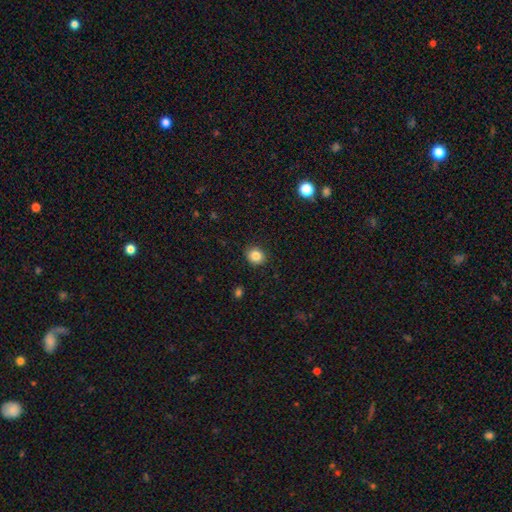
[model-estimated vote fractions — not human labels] Smooth or featured?
  - smooth: 85% *
  - star or artifact: 10%
  - featured or disk: 5%
How rounded?
  - round: 78% *
  - in between: 21%
  - cigar-shaped: 1%
Merging?
  - none: 90% *
  - minor disturbance: 7%
  - major disturbance: 2%
  - merger: 1%